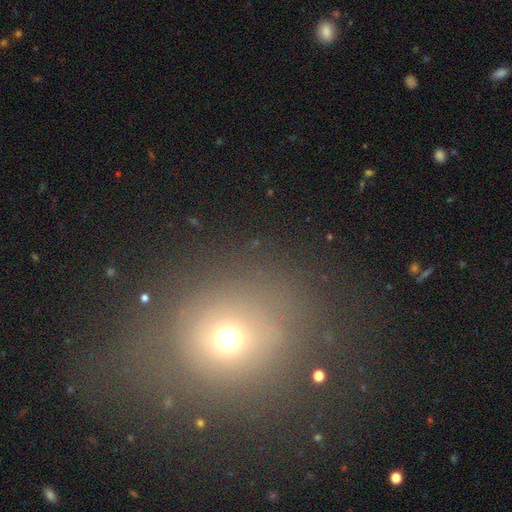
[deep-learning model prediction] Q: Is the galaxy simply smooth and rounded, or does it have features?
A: smooth — 58%.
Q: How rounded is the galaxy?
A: round — 71%.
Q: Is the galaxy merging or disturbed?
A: none — 68%.